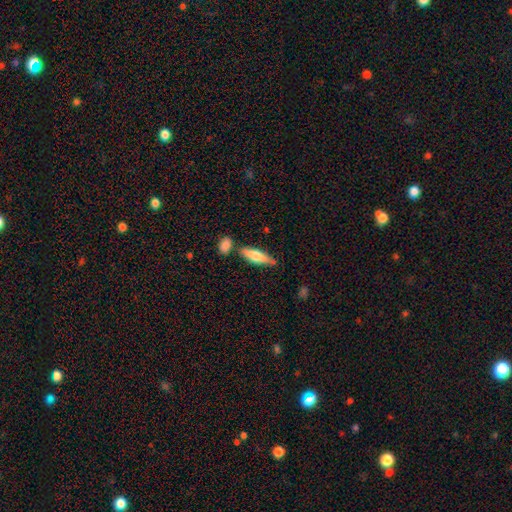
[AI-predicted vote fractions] smooth_or_featured: smooth (p=0.62) [alt: featured or disk p=0.33]
how_rounded: cigar-shaped (p=0.55) [alt: in between p=0.43]
merging: none (p=0.68) [alt: minor disturbance p=0.16]